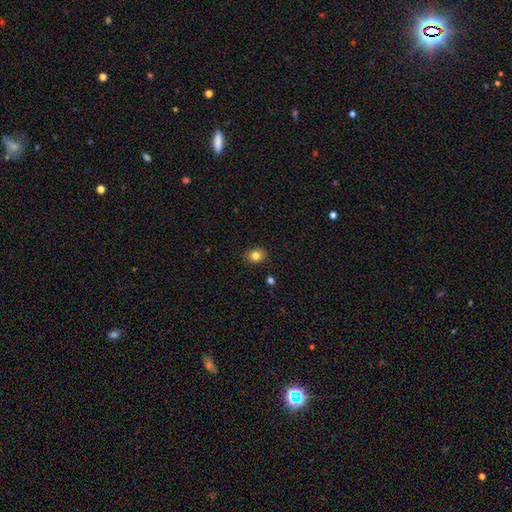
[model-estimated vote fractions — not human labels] Morphology: type=smooth (82%); roundness=round (51%); merging=none (88%).